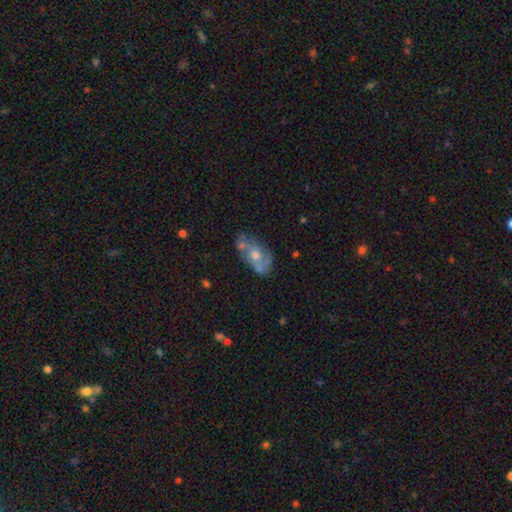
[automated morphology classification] smooth-or-featured: featured or disk: 60% | smooth: 30% | star or artifact: 10%
  disk-edge-on: no: 92% | yes: 8%
    bar: no: 76% | weak: 20% | strong: 5%
    has-spiral-arms: yes: 52% | no: 48%
    bulge-size: moderate: 68% | small: 21% | large: 7% | none: 3% | dominant: 1%
  merging: none: 50% | minor disturbance: 24% | merger: 13% | major disturbance: 12%